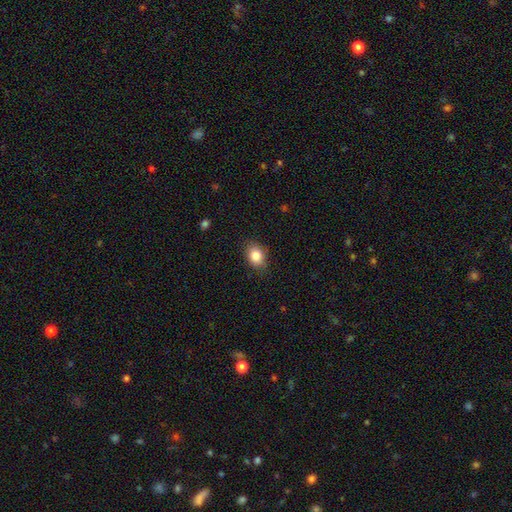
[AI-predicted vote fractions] Smooth or featured?
  - smooth: 85% *
  - star or artifact: 9%
  - featured or disk: 6%
How rounded?
  - in between: 69% *
  - round: 30%
  - cigar-shaped: 1%
Merging?
  - none: 83% *
  - minor disturbance: 13%
  - major disturbance: 3%
  - merger: 1%